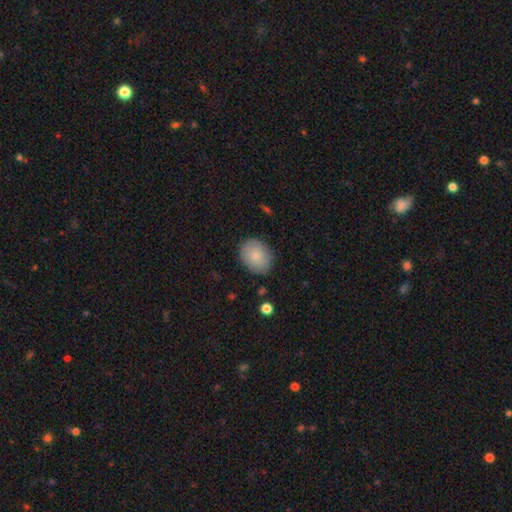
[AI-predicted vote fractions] Smooth or featured? Predicted: smooth (p=0.82). How rounded? Predicted: in between (p=0.63). Merging? Predicted: none (p=0.85).